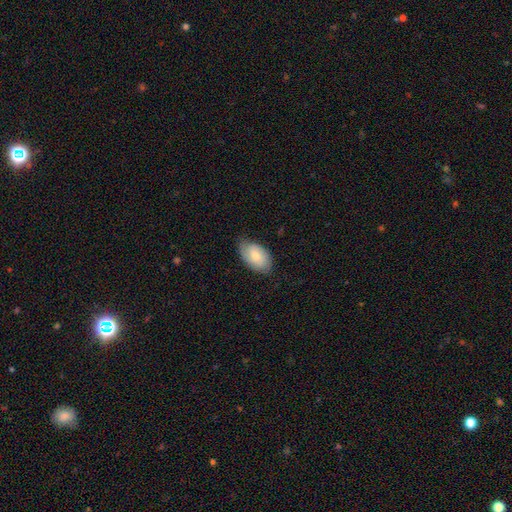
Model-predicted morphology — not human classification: Smooth or featured: smooth — 73% (featured or disk — 21%)
How rounded: in between — 93% (round — 6%)
Merging: none — 68% (minor disturbance — 27%)